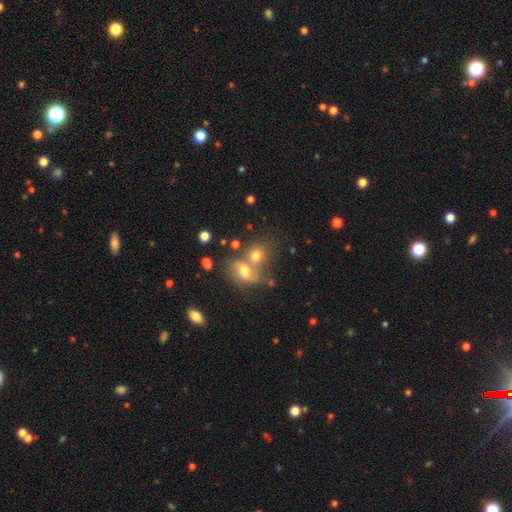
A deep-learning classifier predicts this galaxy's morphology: Smooth or featured? Predicted: smooth (p=0.66). How rounded? Predicted: in between (p=0.50). Merging? Predicted: merger (p=0.52).